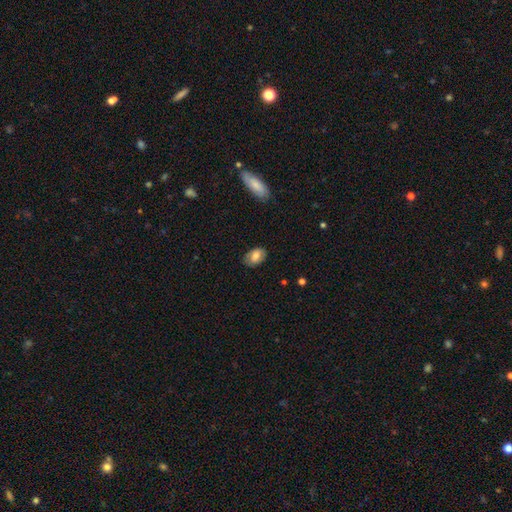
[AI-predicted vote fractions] Q: Smooth or featured?
A: smooth (71%); runner-up: featured or disk (22%)
Q: How rounded?
A: in between (89%); runner-up: round (10%)
Q: Merging?
A: none (80%); runner-up: minor disturbance (16%)